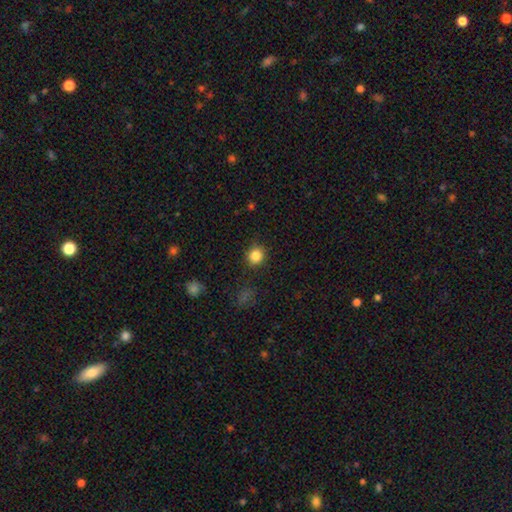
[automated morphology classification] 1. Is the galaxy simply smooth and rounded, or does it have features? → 84% smooth, 11% star or artifact, 5% featured or disk.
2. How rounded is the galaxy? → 87% round, 12% in between, 1% cigar-shaped.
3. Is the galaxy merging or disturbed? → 88% none, 8% minor disturbance, 3% major disturbance, 1% merger.